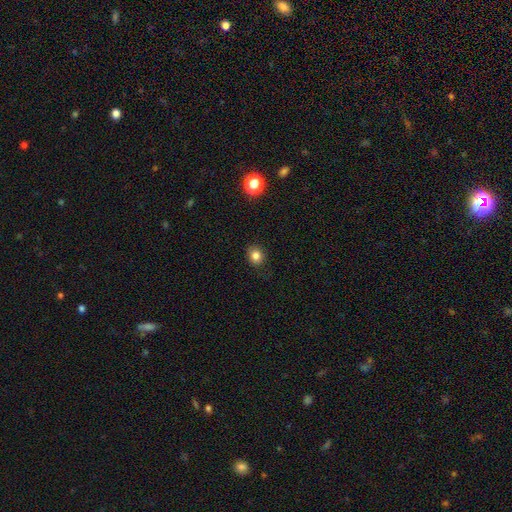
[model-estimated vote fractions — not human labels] A smooth galaxy with no disk features (81%) that is round (67%). Merging: none (84%).